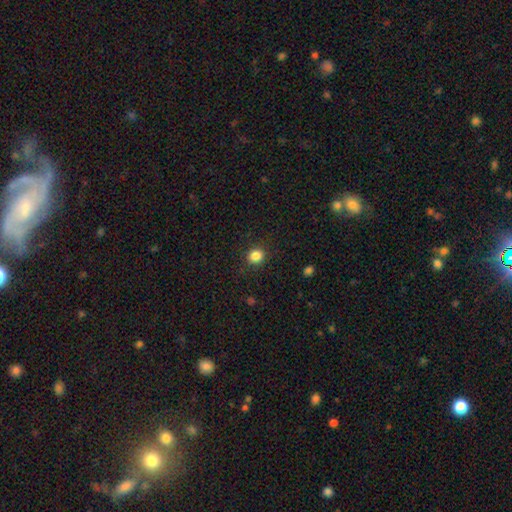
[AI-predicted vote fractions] Overall: smooth (85%). How rounded: round (79%). Merging: none (89%).